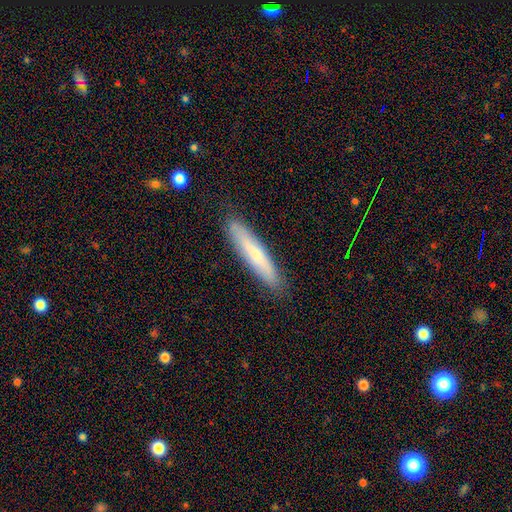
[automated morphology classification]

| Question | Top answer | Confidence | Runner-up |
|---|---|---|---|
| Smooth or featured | smooth | 60% | featured or disk (31%) |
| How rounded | cigar-shaped | 91% | in between (8%) |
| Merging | none | 90% | minor disturbance (8%) |